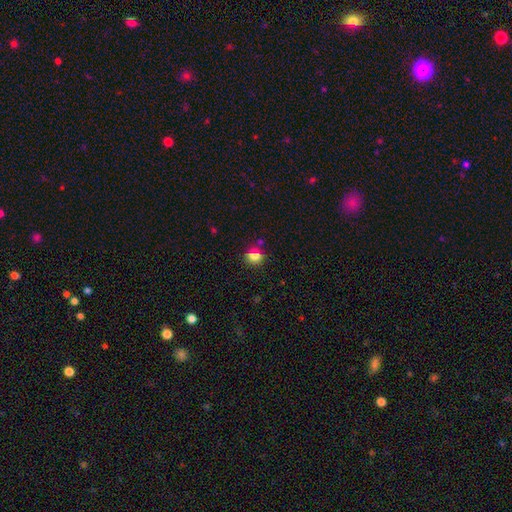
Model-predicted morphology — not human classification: Smooth or featured? Predicted: smooth (p=0.78). How rounded? Predicted: round (p=0.73). Merging? Predicted: none (p=0.76).